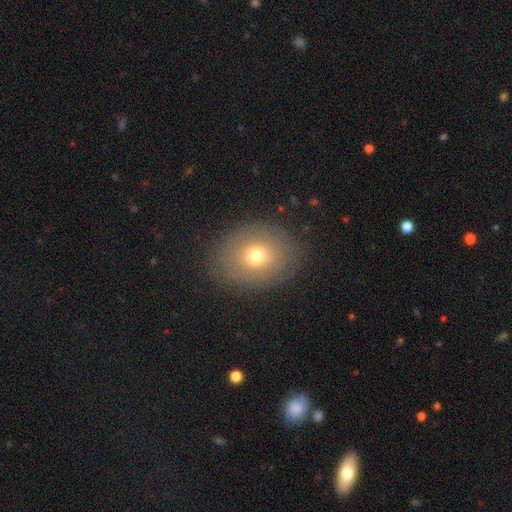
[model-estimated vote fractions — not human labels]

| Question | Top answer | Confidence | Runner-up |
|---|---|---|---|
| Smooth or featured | smooth | 61% | featured or disk (29%) |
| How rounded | in between | 53% | round (46%) |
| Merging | none | 83% | minor disturbance (12%) |